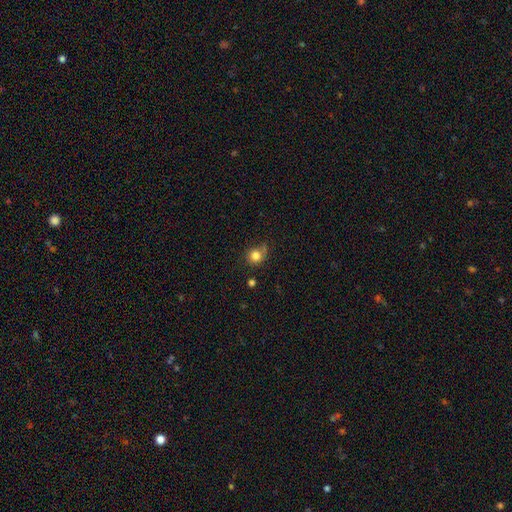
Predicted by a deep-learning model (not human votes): This is clearly a smooth galaxy (81%). How rounded: clearly round (85%). Merging: likely none (65%).